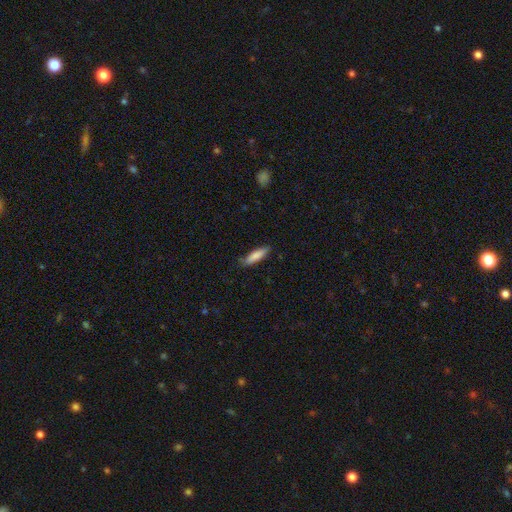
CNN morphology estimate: smooth-or-featured: smooth: 82% | featured or disk: 12% | star or artifact: 6%
  how-rounded: cigar-shaped: 66% | in between: 33% | round: 1%
  merging: none: 79% | minor disturbance: 17% | major disturbance: 3% | merger: 1%